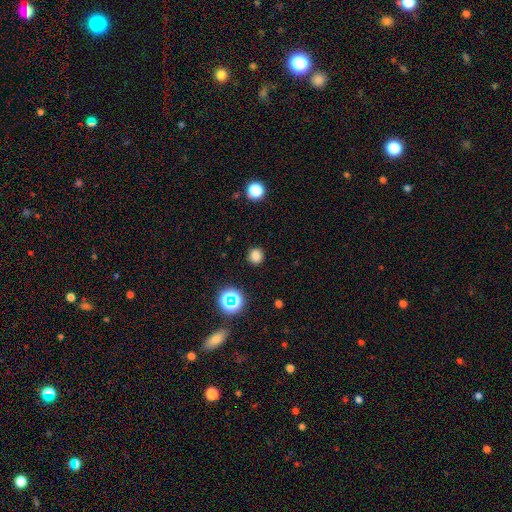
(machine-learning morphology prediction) Q: Smooth or featured?
A: smooth (79%); runner-up: star or artifact (17%)
Q: How rounded?
A: round (87%); runner-up: in between (12%)
Q: Merging?
A: none (89%); runner-up: minor disturbance (7%)